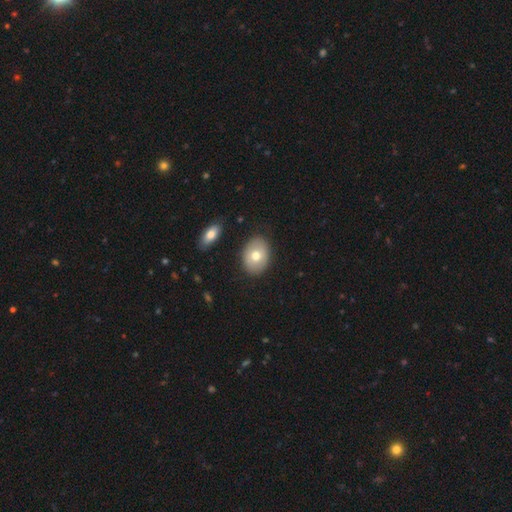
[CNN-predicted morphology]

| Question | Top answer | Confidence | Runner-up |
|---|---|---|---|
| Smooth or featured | smooth | 69% | featured or disk (24%) |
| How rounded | in between | 73% | round (26%) |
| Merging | none | 86% | minor disturbance (9%) |